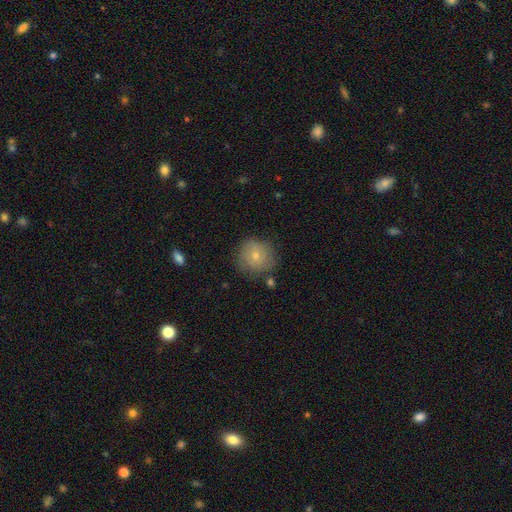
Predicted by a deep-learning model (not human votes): Smooth or featured?
  - smooth: 72% *
  - featured or disk: 19%
  - star or artifact: 8%
How rounded?
  - round: 91% *
  - in between: 8%
  - cigar-shaped: 1%
Merging?
  - none: 75% *
  - minor disturbance: 18%
  - major disturbance: 5%
  - merger: 3%